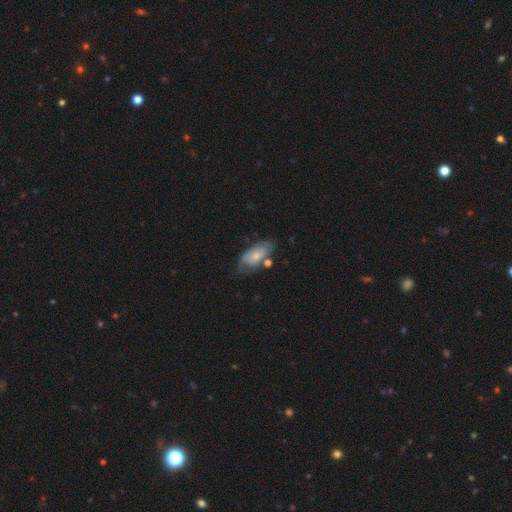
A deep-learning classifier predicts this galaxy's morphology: Smooth or featured: featured or disk — 51% (smooth — 43%)
Edge-on disk: no — 90% (yes — 10%)
Merging: none — 50% (minor disturbance — 28%)